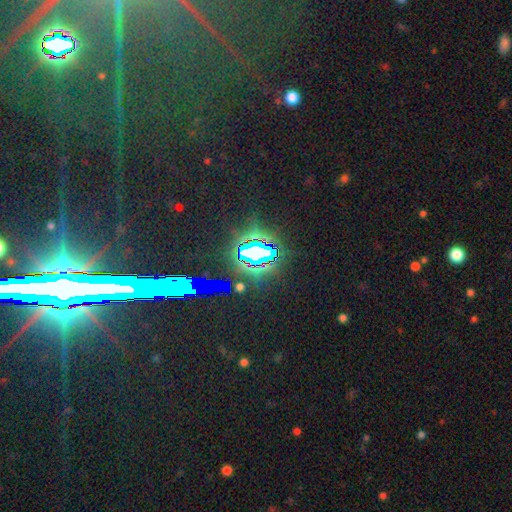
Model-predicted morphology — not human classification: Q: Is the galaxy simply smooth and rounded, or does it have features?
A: star or artifact — 73%.